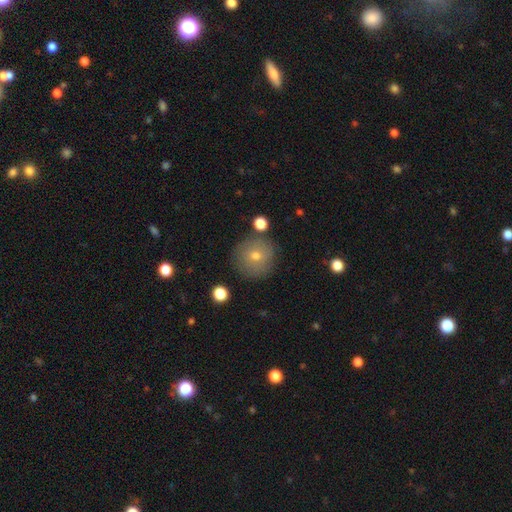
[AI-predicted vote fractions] This appears to be a smooth galaxy with no disk features (70%) that is round (94%). Merging: none (85%).